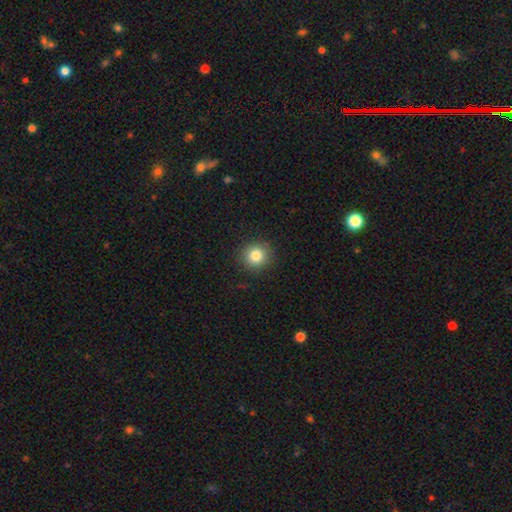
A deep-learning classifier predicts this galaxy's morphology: type=smooth (83%); roundness=round (91%); merging=none (90%).